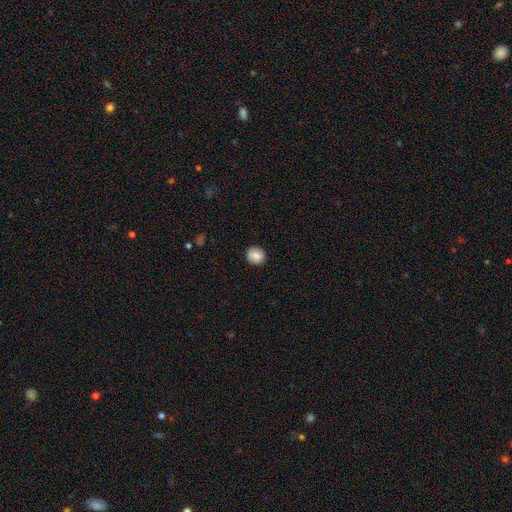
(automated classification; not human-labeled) This is likely a smooth galaxy (79%). How rounded: clearly round (80%). Merging: clearly none (87%).